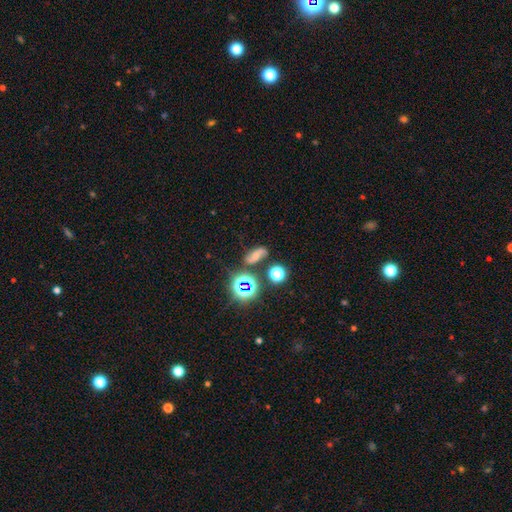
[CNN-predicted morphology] type=featured or disk (42%); merging=none (68%).